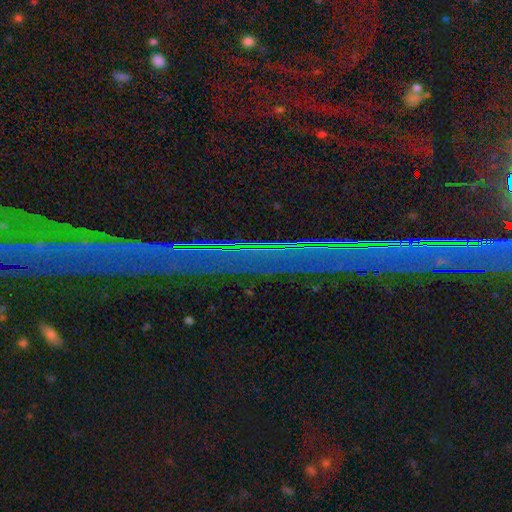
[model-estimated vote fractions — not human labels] smooth_or_featured: star or artifact (p=0.85) [alt: featured or disk p=0.09]